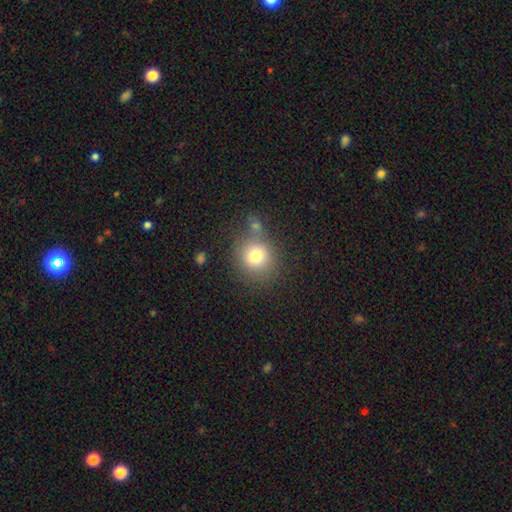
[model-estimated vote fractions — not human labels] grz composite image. It shows a smooth galaxy with no disk features (76%) that is round (85%). Merging: none (66%).